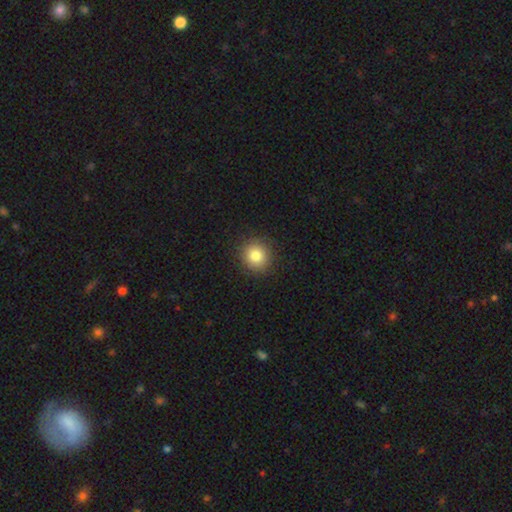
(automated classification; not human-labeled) This appears to be a smooth galaxy with no disk features (83%) that is round (88%). Merging: none (90%).